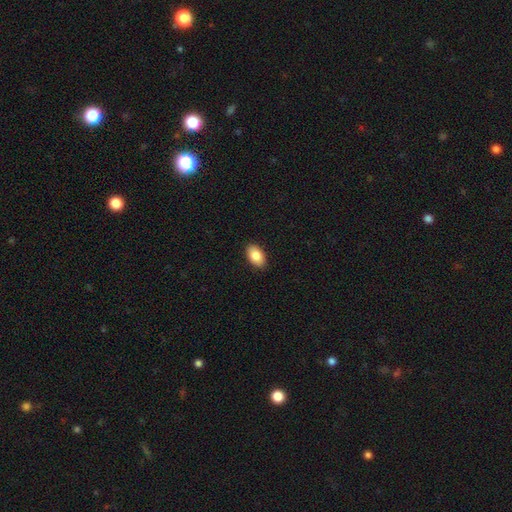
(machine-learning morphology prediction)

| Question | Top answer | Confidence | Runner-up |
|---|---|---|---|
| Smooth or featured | smooth | 87% | star or artifact (7%) |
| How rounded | in between | 93% | round (5%) |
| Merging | none | 90% | minor disturbance (8%) |